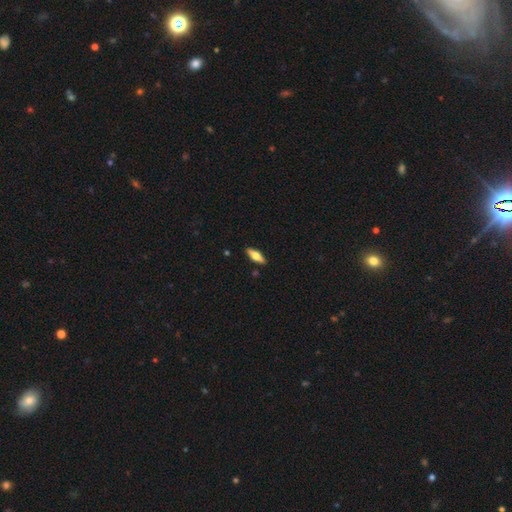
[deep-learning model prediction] The model was most divided on "smooth or featured": smooth: 55%, featured or disk: 39%, star or artifact: 6%. More confident: merging — none (89%); how rounded — in between (57%).